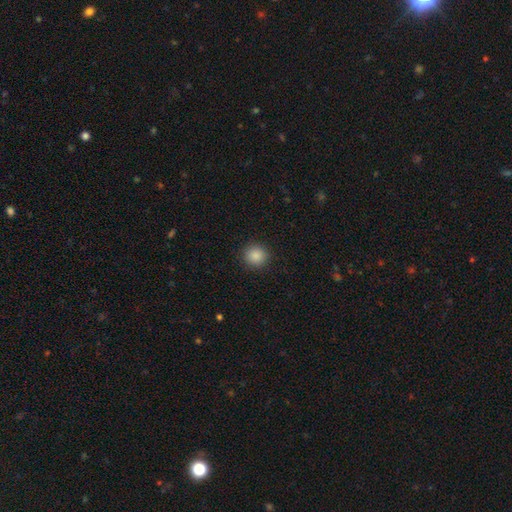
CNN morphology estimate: A smooth galaxy with no disk features (87%) that is round (92%). Merging: none (92%).